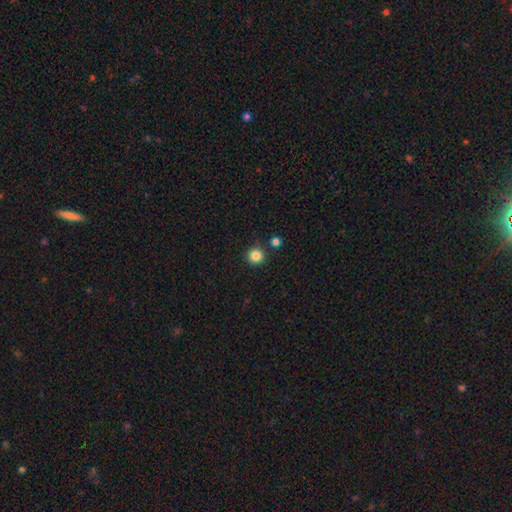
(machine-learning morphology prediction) type=smooth (85%); roundness=round (95%); merging=none (87%).